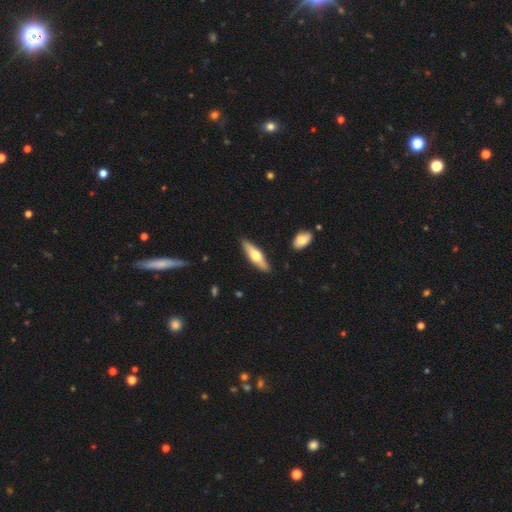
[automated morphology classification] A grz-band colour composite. It shows a featured or disk galaxy (49%). Merging: none (88%).